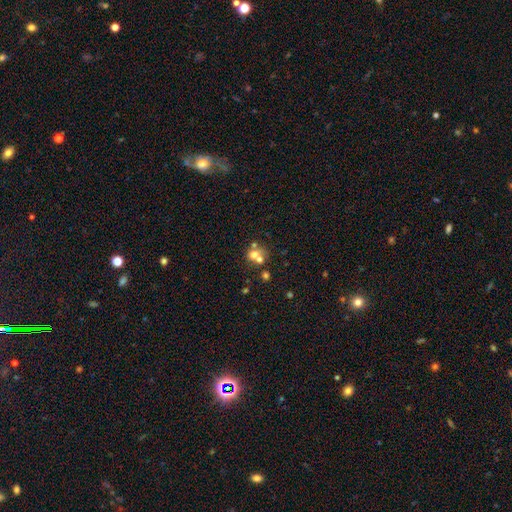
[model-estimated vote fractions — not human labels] smooth 58%, featured or disk 25%, star or artifact 16%. Down the decision tree: how rounded — round (71%); merging — merger (56%).